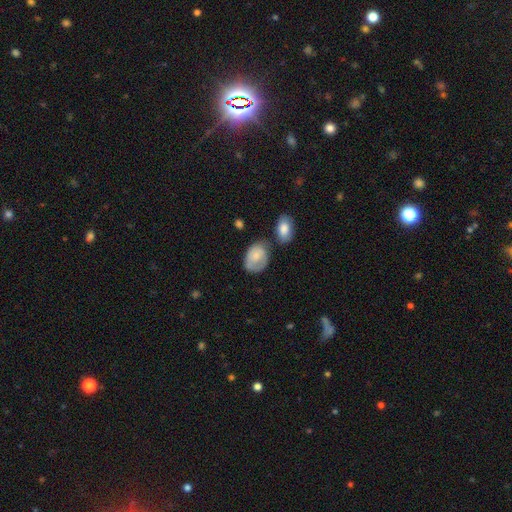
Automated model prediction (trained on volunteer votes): This appears to be a smooth galaxy with no disk features (69%) that is in between round and cigar-shaped (74%). Merging: none (42%).